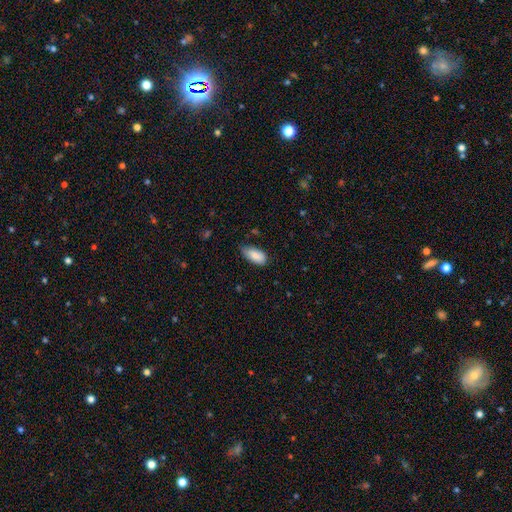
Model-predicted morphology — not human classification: Smooth or featured: smooth — 87% (featured or disk — 6%)
How rounded: in between — 91% (cigar-shaped — 7%)
Merging: none — 62% (minor disturbance — 31%)